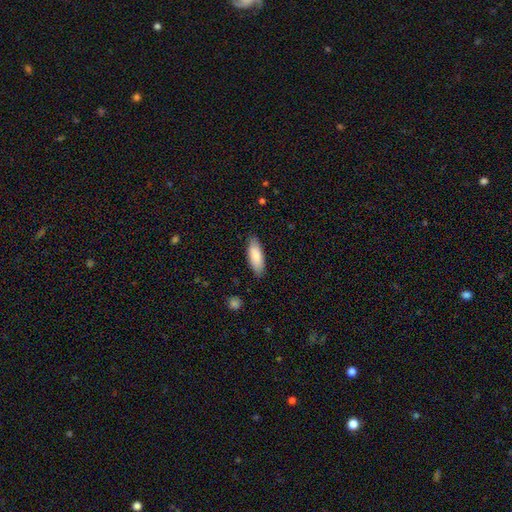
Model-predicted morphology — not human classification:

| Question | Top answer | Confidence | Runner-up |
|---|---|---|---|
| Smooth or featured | smooth | 85% | featured or disk (9%) |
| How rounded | in between | 66% | cigar-shaped (32%) |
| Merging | none | 86% | minor disturbance (11%) |